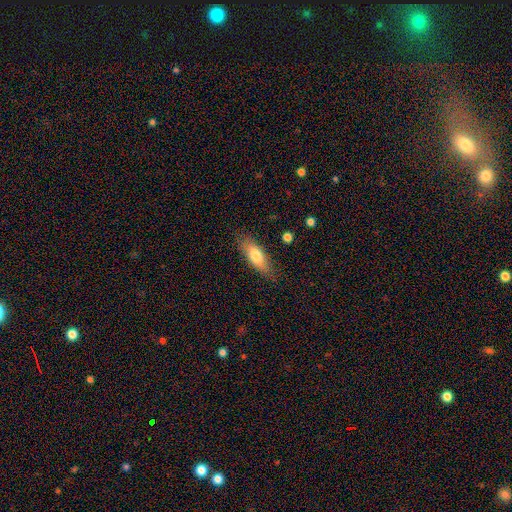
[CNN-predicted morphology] smooth 73%, featured or disk 20%, star or artifact 7%. Down the decision tree: how rounded — in between (64%); merging — none (82%).